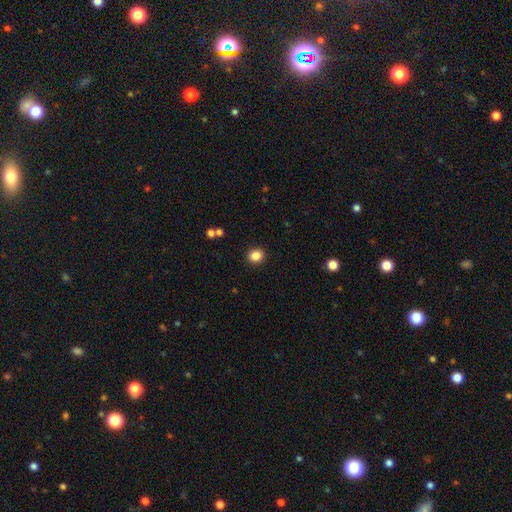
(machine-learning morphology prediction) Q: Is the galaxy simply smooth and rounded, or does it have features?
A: smooth — 86%.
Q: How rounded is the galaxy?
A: round — 66%.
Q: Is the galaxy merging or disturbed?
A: none — 91%.